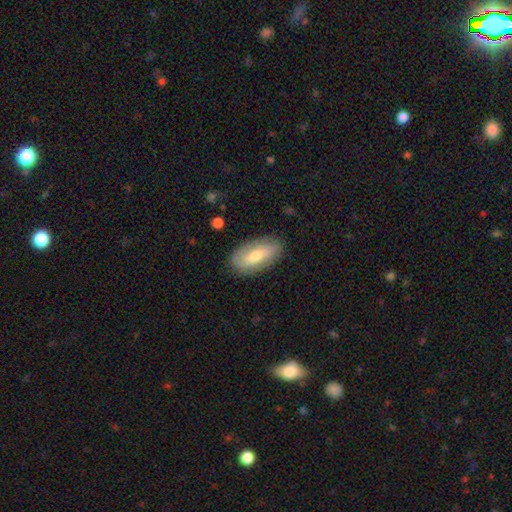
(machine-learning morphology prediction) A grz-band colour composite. It shows a smooth galaxy with no disk features (60%) that is in between round and cigar-shaped (90%). Merging: none (81%).